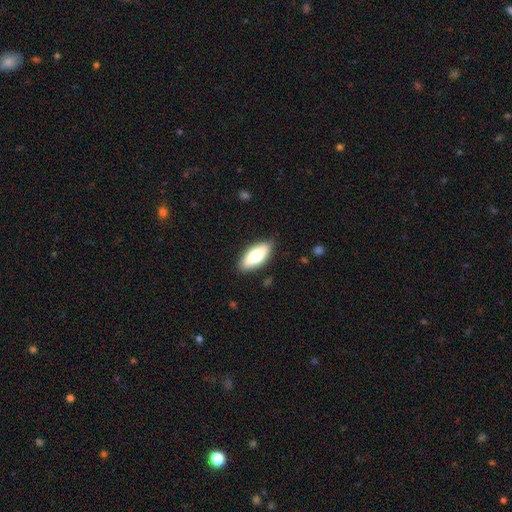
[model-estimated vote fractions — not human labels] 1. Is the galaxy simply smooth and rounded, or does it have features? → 73% smooth, 22% featured or disk, 6% star or artifact.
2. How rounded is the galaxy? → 85% in between, 12% cigar-shaped, 2% round.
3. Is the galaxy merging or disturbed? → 85% none, 12% minor disturbance, 2% major disturbance, 1% merger.